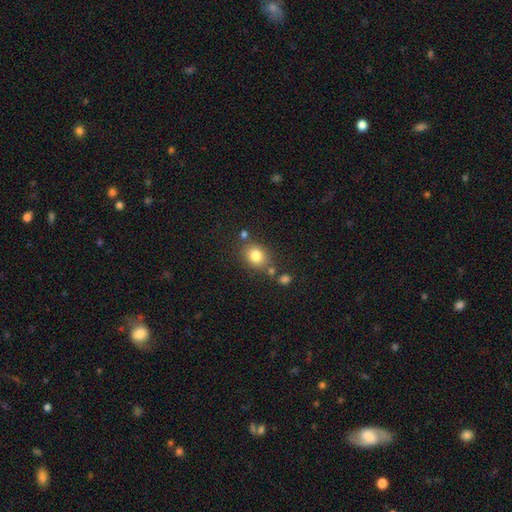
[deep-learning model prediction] Smooth or featured? smooth (81%)
How rounded? round (57%)
Merging? none (73%)